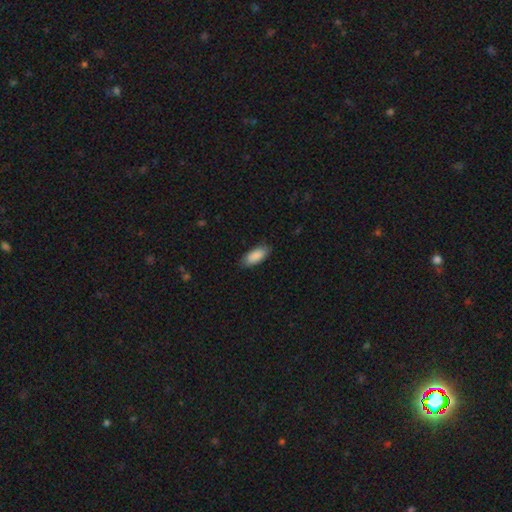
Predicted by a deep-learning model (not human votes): The model was most divided on "merging": none: 83%, minor disturbance: 13%, major disturbance: 2%, merger: 1%. More confident: smooth or featured — smooth (89%); how rounded — in between (86%).